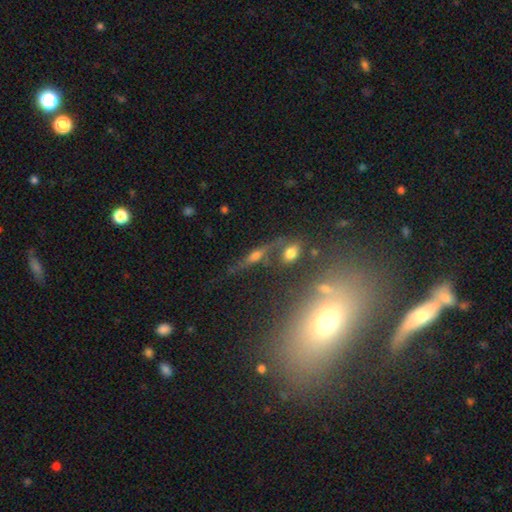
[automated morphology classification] A featured or disk galaxy (56%) viewed edge-on (72%). Merging: none (58%).